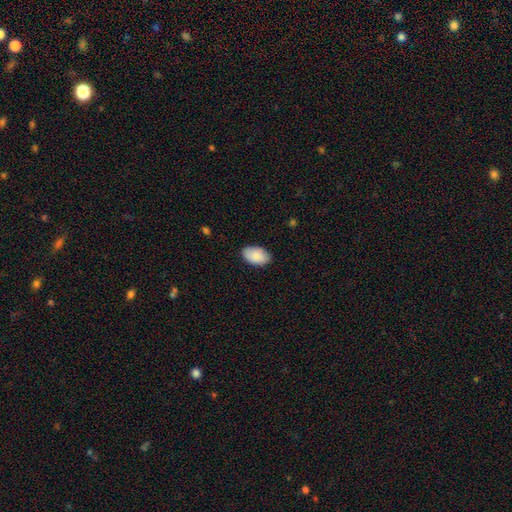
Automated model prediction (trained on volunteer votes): A smooth galaxy with no disk features (88%) that is in between round and cigar-shaped (94%). Merging: none (86%).